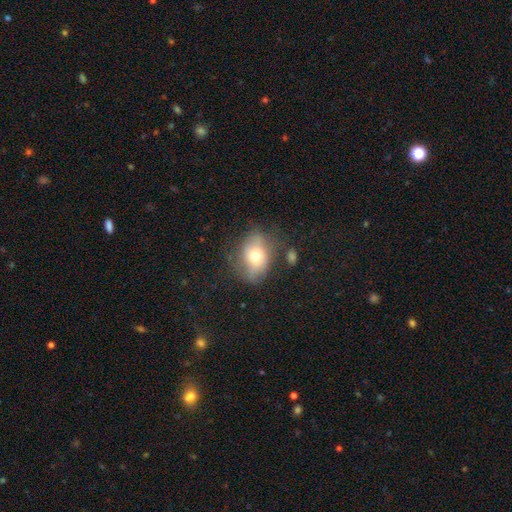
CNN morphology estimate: Overall: smooth (64%; featured or disk 26%). How rounded: in between (71%). Merging: none (62%; minor disturbance 24%).